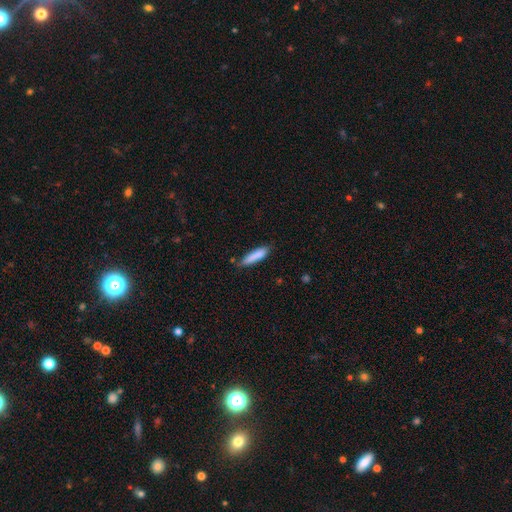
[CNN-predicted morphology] smooth-or-featured: smooth: 84% | featured or disk: 10% | star or artifact: 6%
  how-rounded: cigar-shaped: 77% | in between: 21% | round: 1%
  merging: none: 72% | minor disturbance: 21% | major disturbance: 4% | merger: 3%